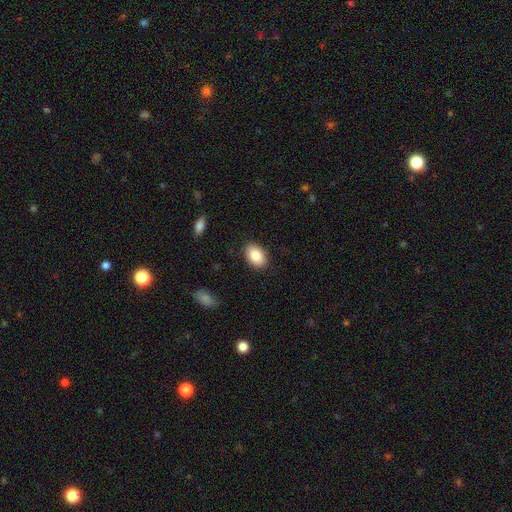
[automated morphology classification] type=smooth (87%); roundness=in between (89%); merging=none (88%).